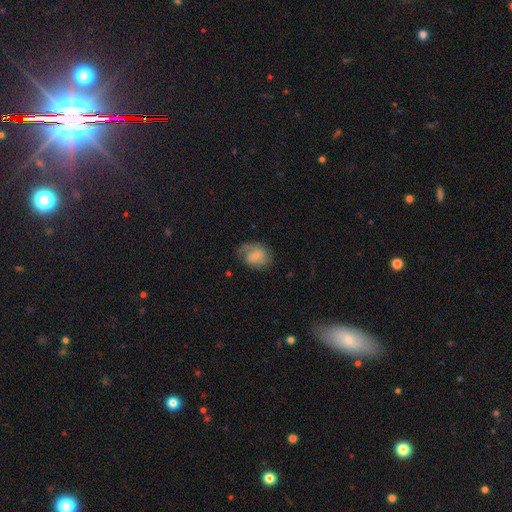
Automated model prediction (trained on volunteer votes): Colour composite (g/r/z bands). It shows a featured or disk galaxy (50%). Merging: none (55%).